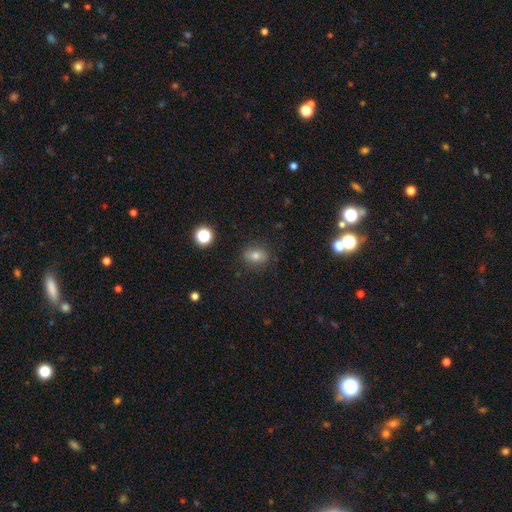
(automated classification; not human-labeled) A smooth galaxy with no disk features (73%) that is in between round and cigar-shaped (62%).

Vote fractions:
- Smooth or featured? smooth: 73% / star or artifact: 16% / featured or disk: 11%
- How rounded? in between: 62% / round: 36% / cigar-shaped: 2%
- Merging? none: 86% / minor disturbance: 10% / major disturbance: 3% / merger: 2%